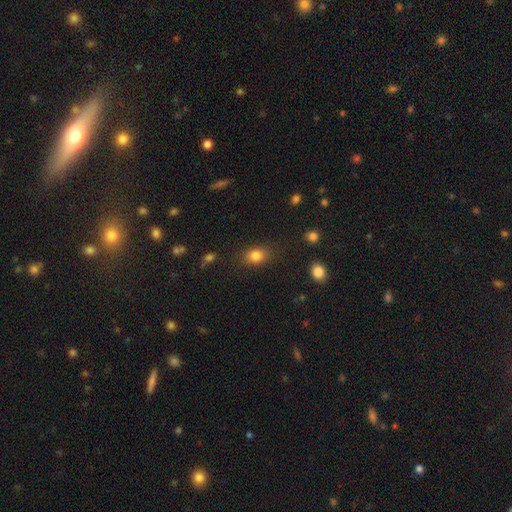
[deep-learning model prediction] smooth-or-featured: smooth: 83% | star or artifact: 11% | featured or disk: 7%
  how-rounded: in between: 64% | round: 34% | cigar-shaped: 2%
  merging: none: 81% | minor disturbance: 13% | major disturbance: 4% | merger: 2%